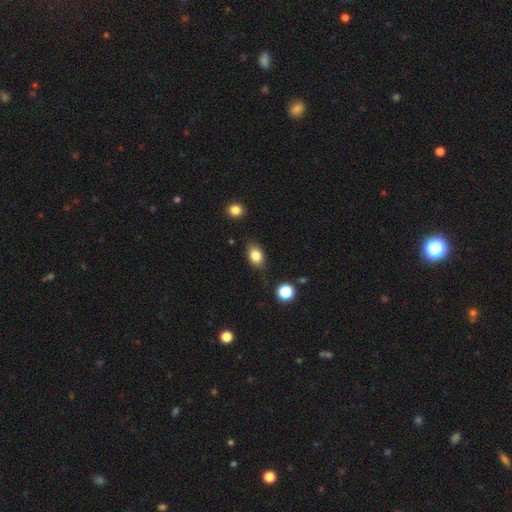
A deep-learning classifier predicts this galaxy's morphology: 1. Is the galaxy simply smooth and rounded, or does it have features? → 81% smooth, 10% featured or disk, 9% star or artifact.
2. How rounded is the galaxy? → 78% in between, 20% round, 2% cigar-shaped.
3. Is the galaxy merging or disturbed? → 75% none, 18% minor disturbance, 4% major disturbance, 3% merger.